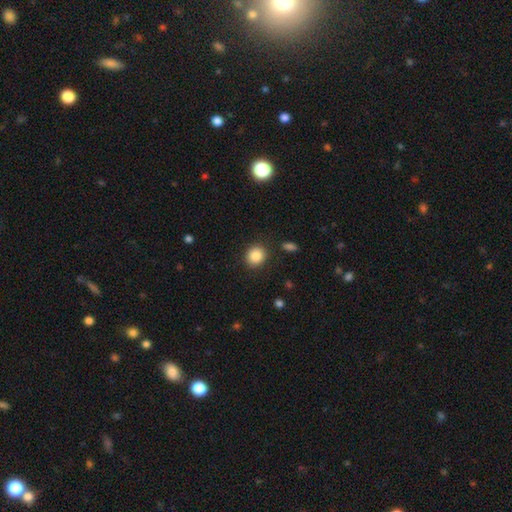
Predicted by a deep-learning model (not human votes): The model was most divided on "how rounded": round: 78%, in between: 22%, cigar-shaped: 1%. More confident: merging — none (88%); smooth or featured — smooth (86%).